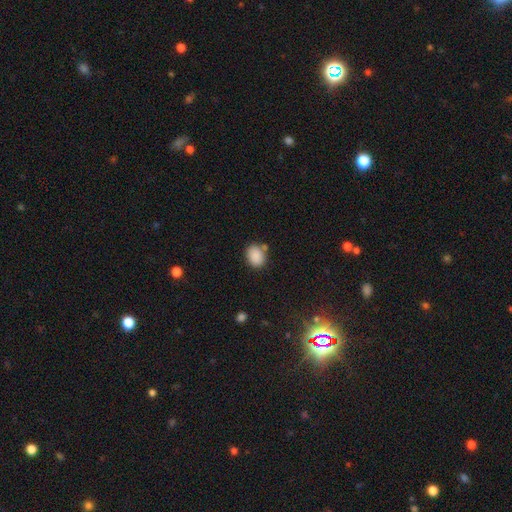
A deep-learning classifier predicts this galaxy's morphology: Overall: smooth (88%). How rounded: in between (63%; round 36%). Merging: none (73%).